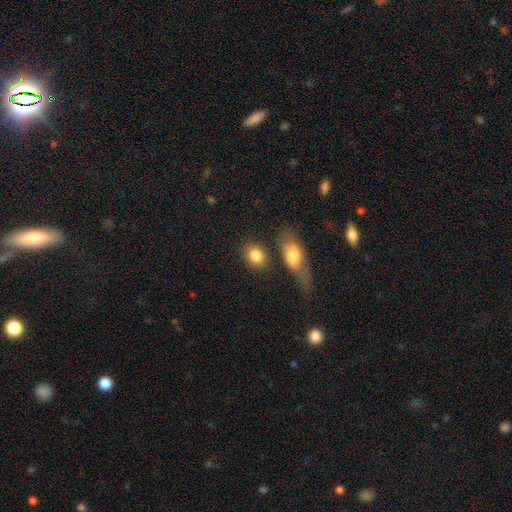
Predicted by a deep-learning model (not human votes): smooth 84%, featured or disk 8%, star or artifact 7%. Down the decision tree: how rounded — in between (56%); merging — none (69%).